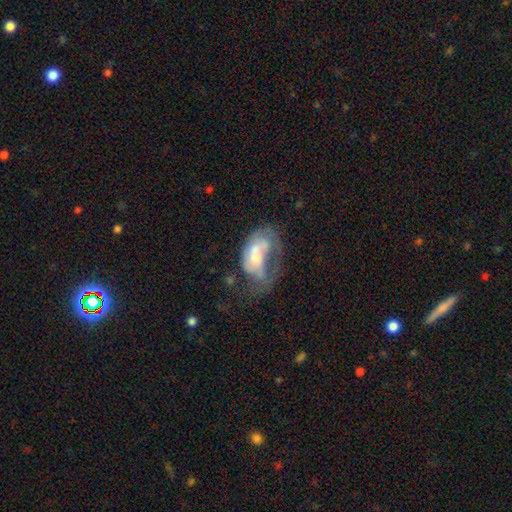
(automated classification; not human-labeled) Smooth or featured: featured or disk — 52% (smooth — 39%)
Edge-on disk: no — 96% (yes — 4%)
Bar: no — 73% (weak — 21%)
Spiral arms: no — 61% (yes — 39%)
Bulge size: moderate — 46% (small — 31%)
Merging: major disturbance — 46% (none — 19%)